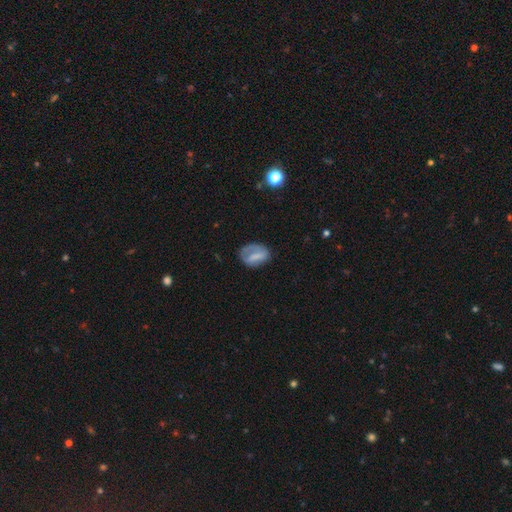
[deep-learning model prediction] smooth_or_featured: smooth (p=0.59) [alt: featured or disk p=0.32]
how_rounded: in between (p=0.75) [alt: round p=0.21]
merging: none (p=0.52) [alt: minor disturbance p=0.27]